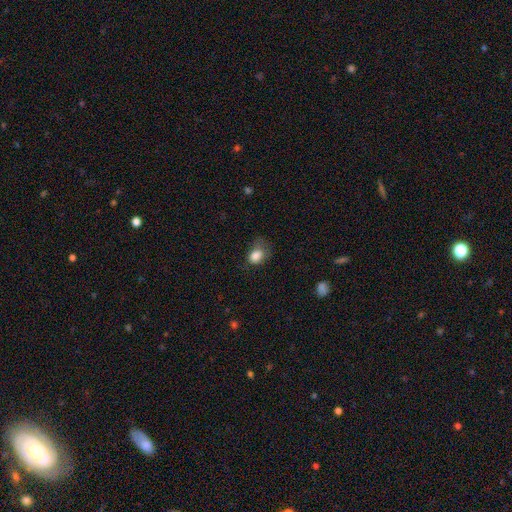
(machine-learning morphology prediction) smooth 82%, star or artifact 9%, featured or disk 8%. Down the decision tree: how rounded — in between (67%); merging — none (36%).